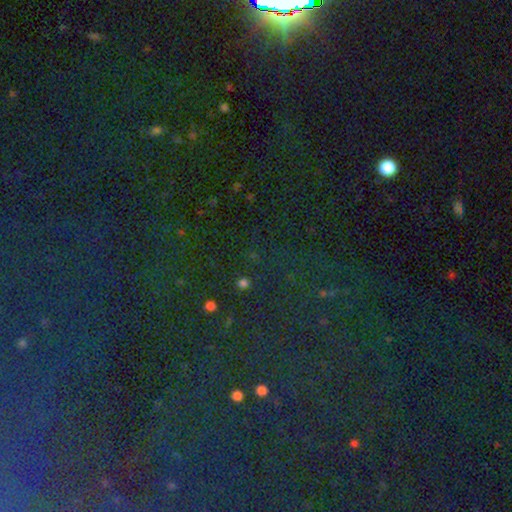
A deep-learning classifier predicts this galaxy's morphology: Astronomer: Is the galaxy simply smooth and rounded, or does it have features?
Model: star or artifact — 81%.